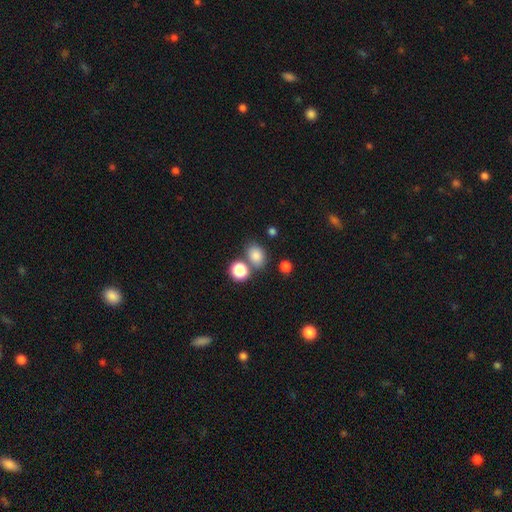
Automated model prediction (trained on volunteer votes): Smooth or featured?
  - smooth: 82% *
  - star or artifact: 13%
  - featured or disk: 6%
How rounded?
  - in between: 57% *
  - round: 42%
  - cigar-shaped: 1%
Merging?
  - none: 67% *
  - merger: 18%
  - minor disturbance: 11%
  - major disturbance: 4%